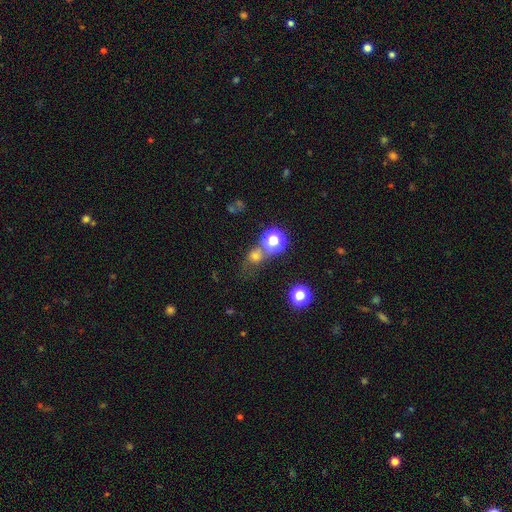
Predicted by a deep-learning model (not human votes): Overall: smooth (62%; star or artifact 28%). How rounded: round (79%). Merging: none (53%; merger 25%).